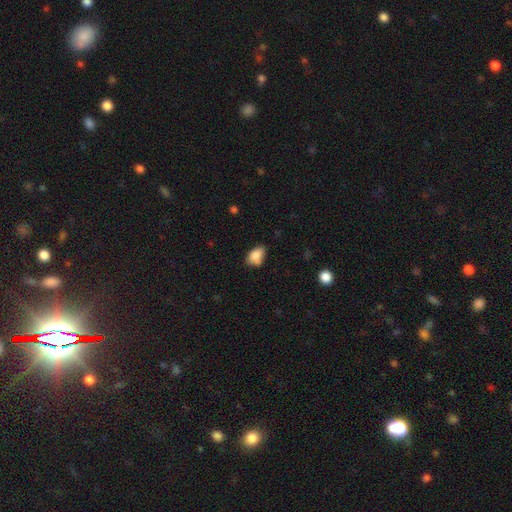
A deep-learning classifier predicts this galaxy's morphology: The model was most divided on "merging": none: 54%, minor disturbance: 31%, merger: 8%, major disturbance: 6%. More confident: how rounded — in between (88%); smooth or featured — smooth (84%).